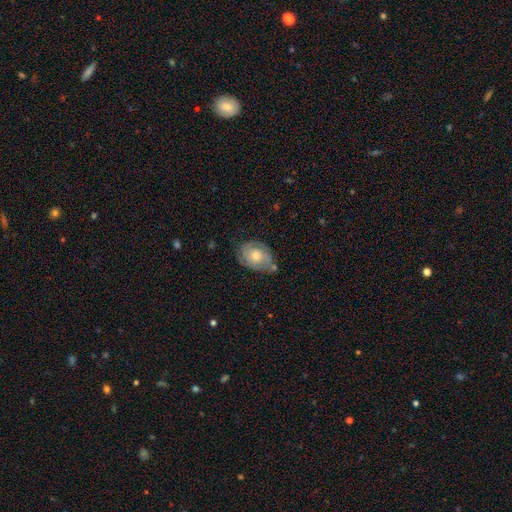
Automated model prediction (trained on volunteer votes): This is likely a featured or disk galaxy (69%). It is clearly not viewed edge-on (96%). Bar: likely no (75%). Spiral arm pattern: clearly yes (88%). Spiral arm count: marginally 2 (39%). Spiral winding: likely tight (60%). Central bulge: likely moderate (66%). Merging: likely none (65%).